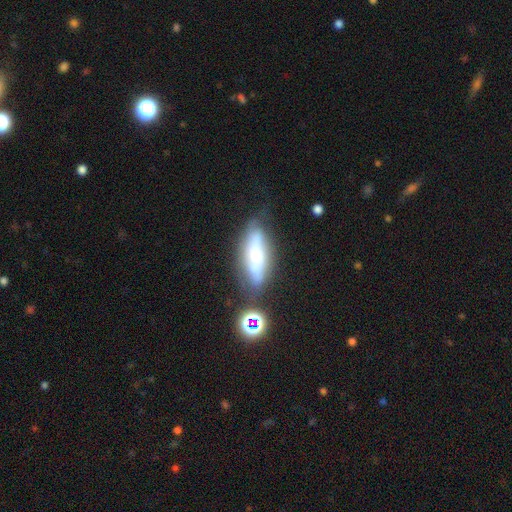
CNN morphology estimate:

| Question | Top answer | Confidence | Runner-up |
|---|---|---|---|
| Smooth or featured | featured or disk | 49% | smooth (37%) |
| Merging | none | 59% | minor disturbance (23%) |